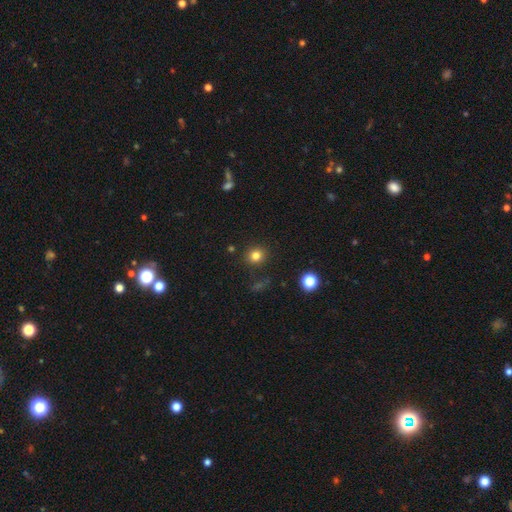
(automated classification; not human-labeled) Smooth or featured?
  - smooth: 80% *
  - star or artifact: 14%
  - featured or disk: 6%
How rounded?
  - round: 85% *
  - in between: 14%
  - cigar-shaped: 1%
Merging?
  - none: 88% *
  - minor disturbance: 7%
  - major disturbance: 3%
  - merger: 2%